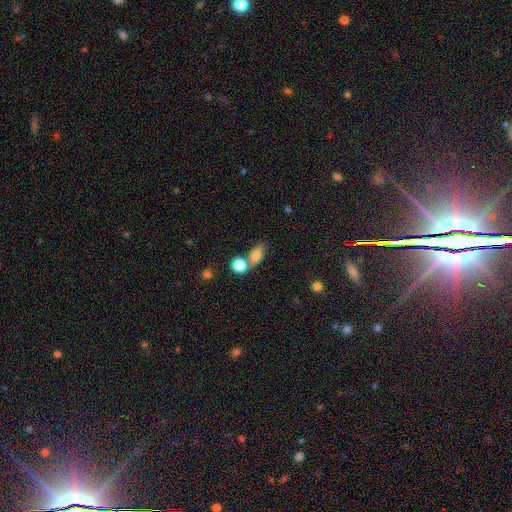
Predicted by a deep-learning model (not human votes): Smooth or featured? Predicted: smooth (p=0.79). How rounded? Predicted: in between (p=0.78). Merging? Predicted: none (p=0.49).